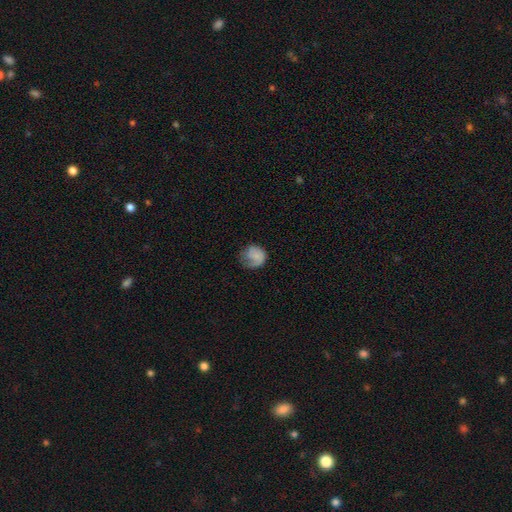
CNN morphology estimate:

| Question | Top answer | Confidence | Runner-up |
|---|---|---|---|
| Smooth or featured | smooth | 59% | featured or disk (33%) |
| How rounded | round | 73% | in between (26%) |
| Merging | none | 48% | minor disturbance (28%) |